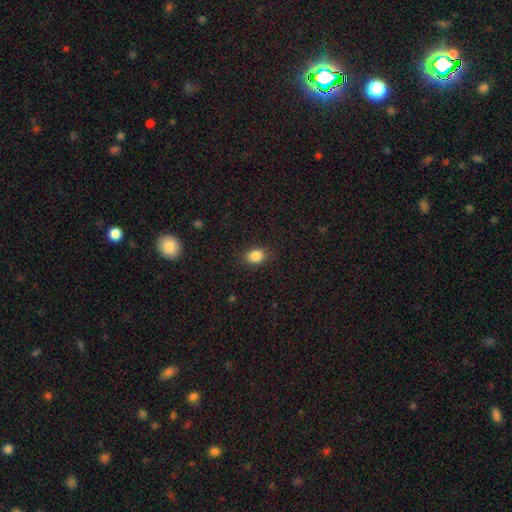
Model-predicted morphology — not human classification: Q: Smooth or featured?
A: smooth (85%); runner-up: star or artifact (10%)
Q: How rounded?
A: in between (54%); runner-up: round (45%)
Q: Merging?
A: none (84%); runner-up: minor disturbance (11%)